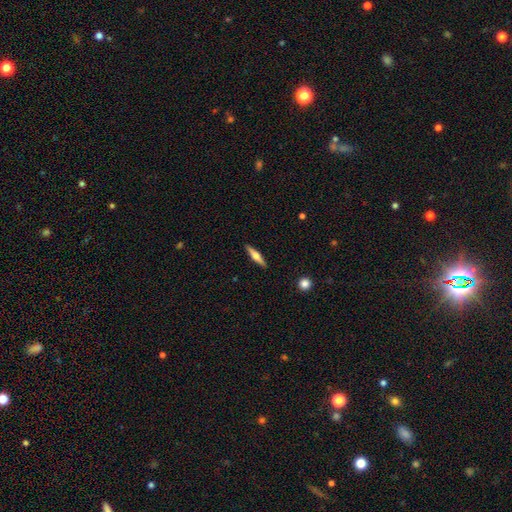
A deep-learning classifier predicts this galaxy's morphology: Overall: featured or disk (56%; smooth 39%). Edge-on disk: yes (96%). Edge-on bulge: rounded (91%). Merging: none (91%).